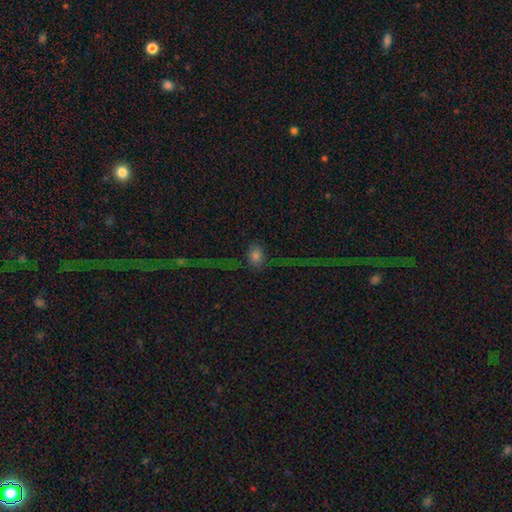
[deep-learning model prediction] Smooth or featured: smooth — 64% (star or artifact — 21%)
How rounded: round — 57% (in between — 40%)
Merging: none — 70% (major disturbance — 13%)